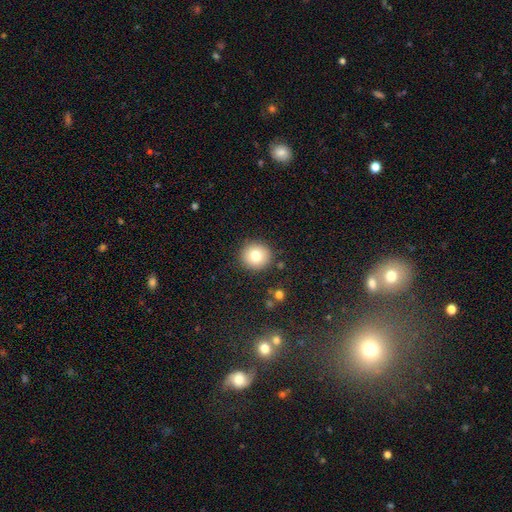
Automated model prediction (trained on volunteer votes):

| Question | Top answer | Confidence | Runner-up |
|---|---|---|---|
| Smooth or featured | smooth | 78% | featured or disk (11%) |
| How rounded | round | 93% | in between (6%) |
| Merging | none | 89% | minor disturbance (7%) |